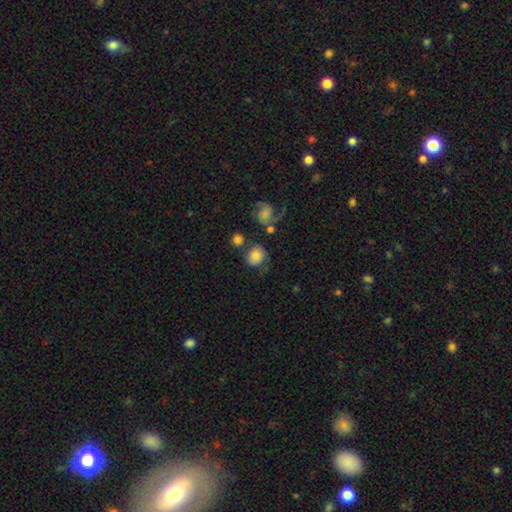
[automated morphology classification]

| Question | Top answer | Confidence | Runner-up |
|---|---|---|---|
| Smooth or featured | smooth | 72% | featured or disk (19%) |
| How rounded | round | 79% | in between (20%) |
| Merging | none | 54% | minor disturbance (18%) |